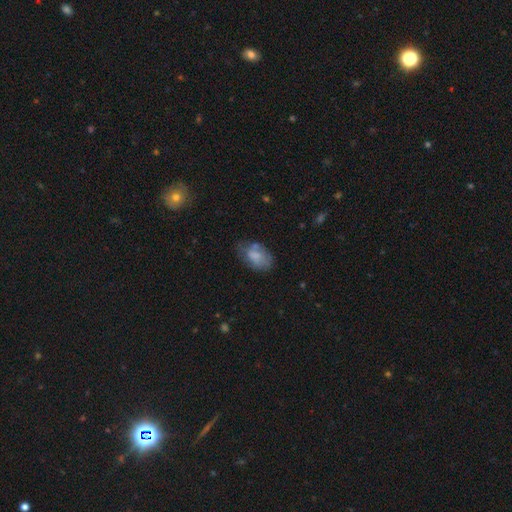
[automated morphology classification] smooth 69%, featured or disk 22%, star or artifact 9%. Down the decision tree: how rounded — in between (87%); merging — none (50%).